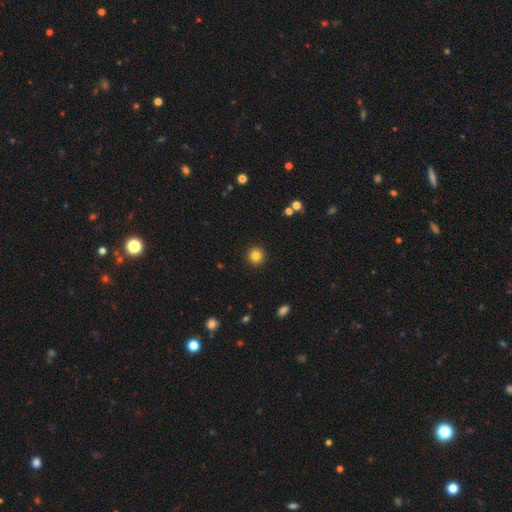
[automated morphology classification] This is clearly a smooth galaxy (83%). How rounded: clearly round (95%). Merging: clearly none (93%).